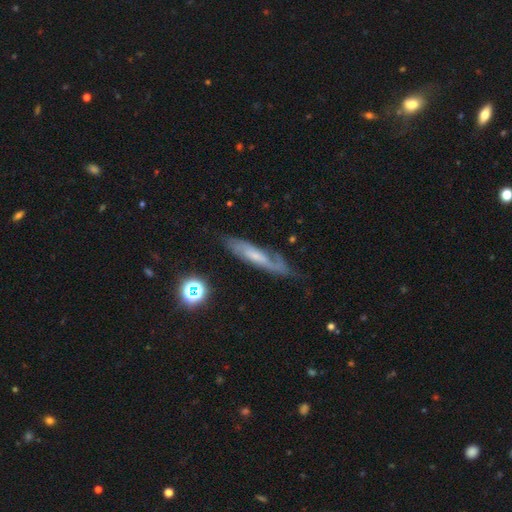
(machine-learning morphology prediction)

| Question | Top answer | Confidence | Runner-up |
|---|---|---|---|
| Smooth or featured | featured or disk | 69% | smooth (22%) |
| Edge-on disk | no | 72% | yes (28%) |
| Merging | none | 64% | minor disturbance (23%) |